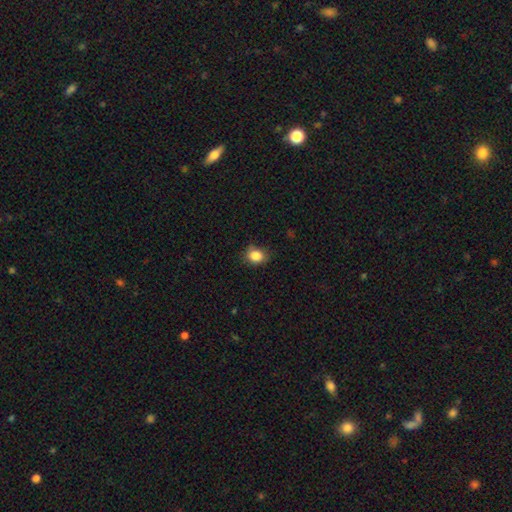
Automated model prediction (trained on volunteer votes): Smooth or featured? smooth (85%)
How rounded? round (57%)
Merging? none (74%)